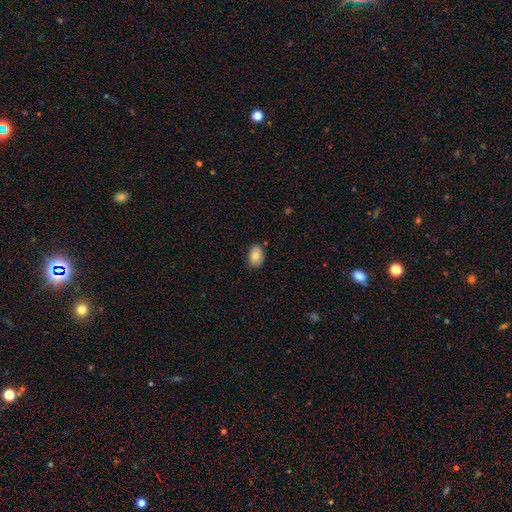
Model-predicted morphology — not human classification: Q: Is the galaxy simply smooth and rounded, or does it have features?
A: smooth — 83%.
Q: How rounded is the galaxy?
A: in between — 85%.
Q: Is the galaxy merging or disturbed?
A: none — 84%.